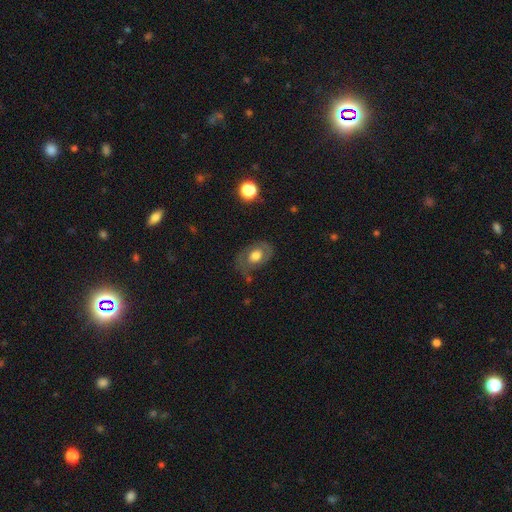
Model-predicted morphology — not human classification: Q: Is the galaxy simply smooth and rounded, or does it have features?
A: smooth — 51%.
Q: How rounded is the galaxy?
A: in between — 74%.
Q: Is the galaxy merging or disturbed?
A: none — 59%.